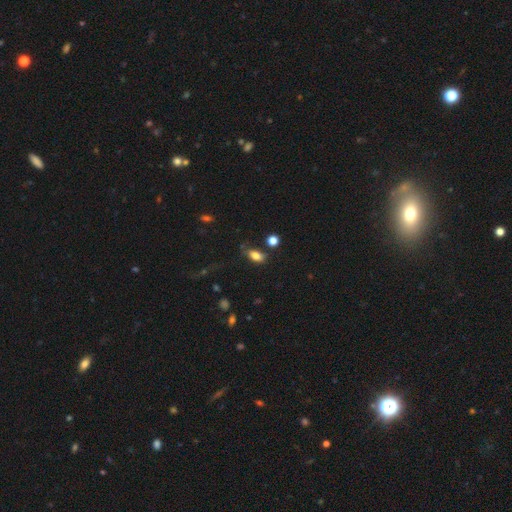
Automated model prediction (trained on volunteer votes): Smooth or featured?
  - smooth: 79% *
  - star or artifact: 11%
  - featured or disk: 10%
How rounded?
  - in between: 85% *
  - round: 9%
  - cigar-shaped: 6%
Merging?
  - none: 66% *
  - minor disturbance: 21%
  - major disturbance: 7%
  - merger: 6%